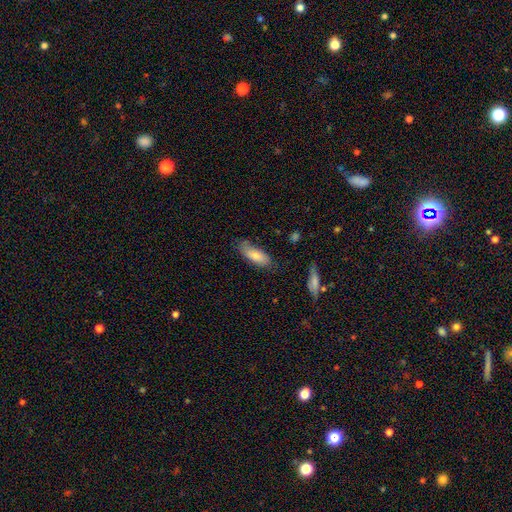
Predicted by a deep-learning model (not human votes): smooth 79%, featured or disk 14%, star or artifact 6%. Down the decision tree: how rounded — in between (73%); merging — none (67%).